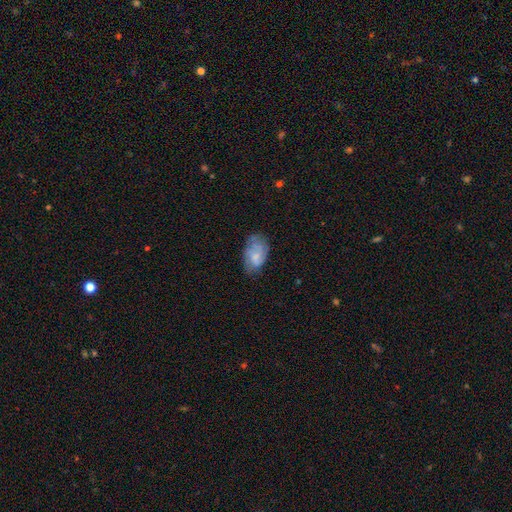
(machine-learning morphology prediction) smooth 53%, featured or disk 39%, star or artifact 8%. Down the decision tree: how rounded — in between (91%); merging — none (57%).